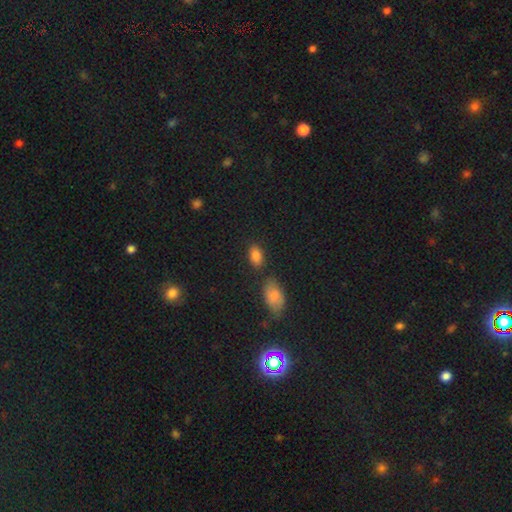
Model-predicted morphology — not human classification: A smooth galaxy with no disk features (86%) that is in between round and cigar-shaped (91%). Merging: none (74%).